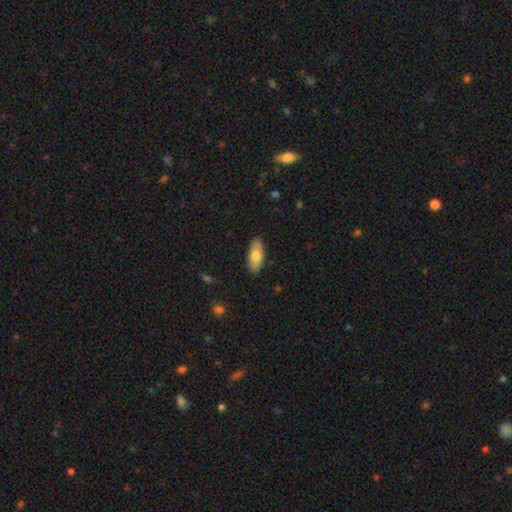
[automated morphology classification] smooth-or-featured: smooth: 76% | featured or disk: 18% | star or artifact: 6%
  how-rounded: in between: 84% | cigar-shaped: 14% | round: 2%
  merging: none: 88% | minor disturbance: 9% | major disturbance: 2% | merger: 1%